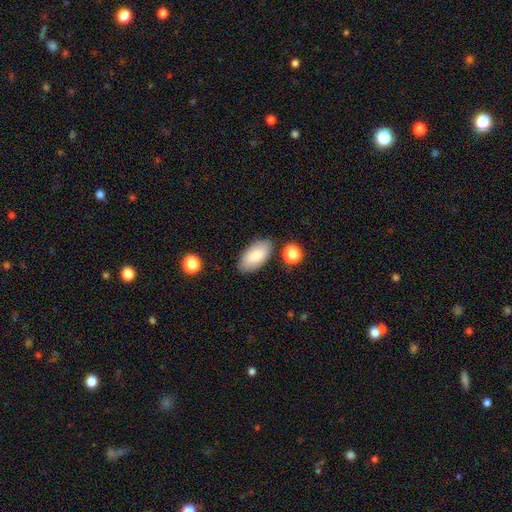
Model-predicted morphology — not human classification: This is clearly a smooth galaxy (84%). How rounded: clearly in between (94%). Merging: clearly none (82%).